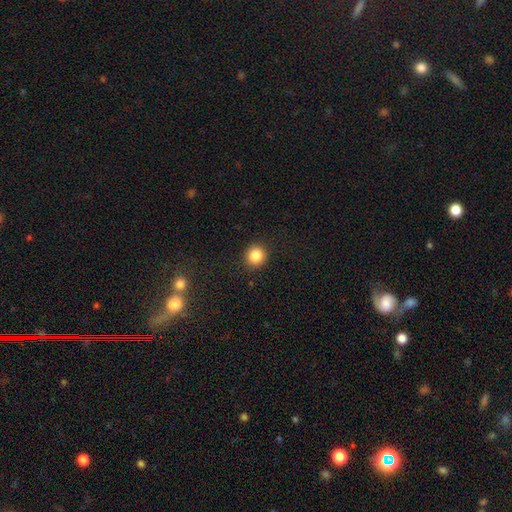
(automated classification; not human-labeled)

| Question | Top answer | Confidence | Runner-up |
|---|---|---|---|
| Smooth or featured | smooth | 85% | star or artifact (10%) |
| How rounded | round | 88% | in between (11%) |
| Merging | none | 90% | minor disturbance (6%) |